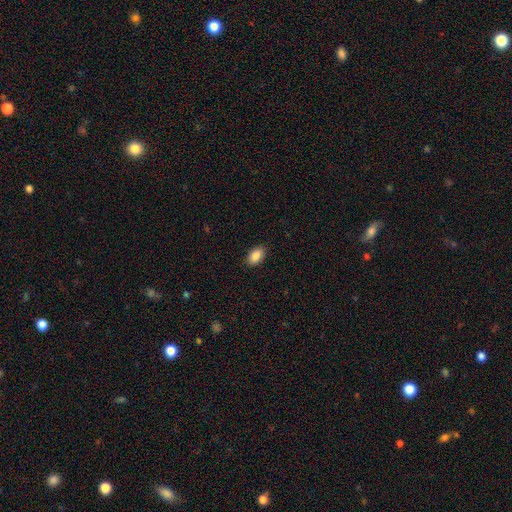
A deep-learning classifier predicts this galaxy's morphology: Q: Smooth or featured?
A: smooth (88%); runner-up: star or artifact (7%)
Q: How rounded?
A: in between (91%); runner-up: round (8%)
Q: Merging?
A: none (89%); runner-up: minor disturbance (8%)